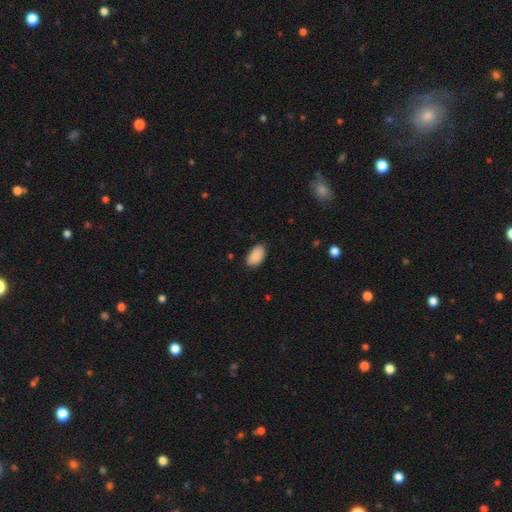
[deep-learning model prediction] Smooth or featured?
  - smooth: 90% *
  - star or artifact: 6%
  - featured or disk: 4%
How rounded?
  - in between: 93% *
  - round: 5%
  - cigar-shaped: 1%
Merging?
  - none: 85% *
  - minor disturbance: 12%
  - major disturbance: 2%
  - merger: 1%